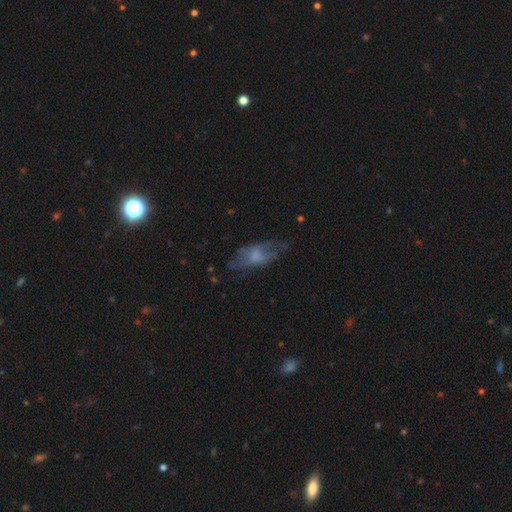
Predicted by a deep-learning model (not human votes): This appears to be a featured or disk galaxy (47%). Merging: none (50%).